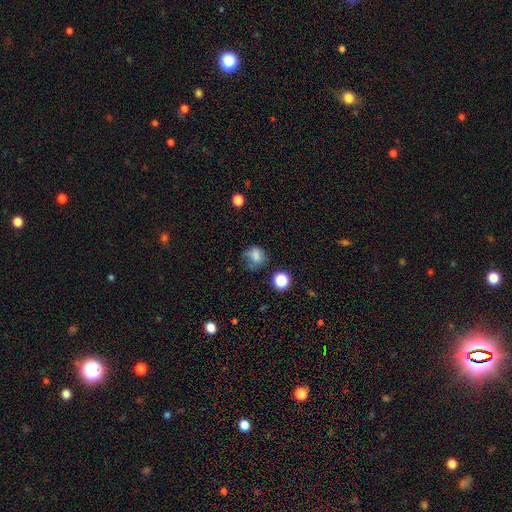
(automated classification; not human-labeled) The model was most divided on "merging": none: 45%, minor disturbance: 29%, major disturbance: 21%, merger: 5%. More confident: smooth or featured — smooth (72%); how rounded — round (64%).